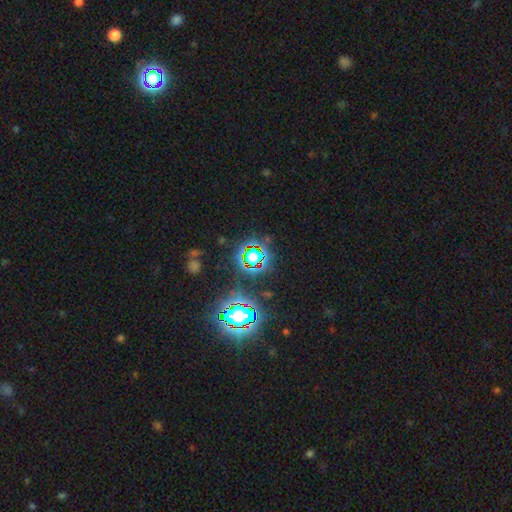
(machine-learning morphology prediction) A star or artifact, not a galaxy (69%).